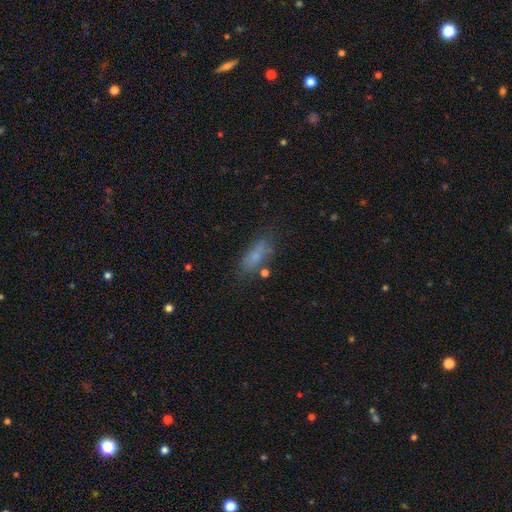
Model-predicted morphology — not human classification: Q: Smooth or featured?
A: smooth (70%); runner-up: featured or disk (18%)
Q: How rounded?
A: in between (69%); runner-up: cigar-shaped (27%)
Q: Merging?
A: none (62%); runner-up: minor disturbance (21%)